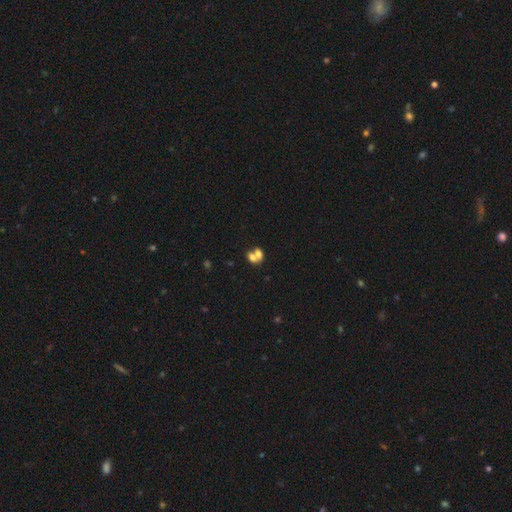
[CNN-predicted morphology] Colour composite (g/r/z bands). It shows a smooth galaxy with no disk features (65%) that is in between round and cigar-shaped (57%). Merging: merger (63%).